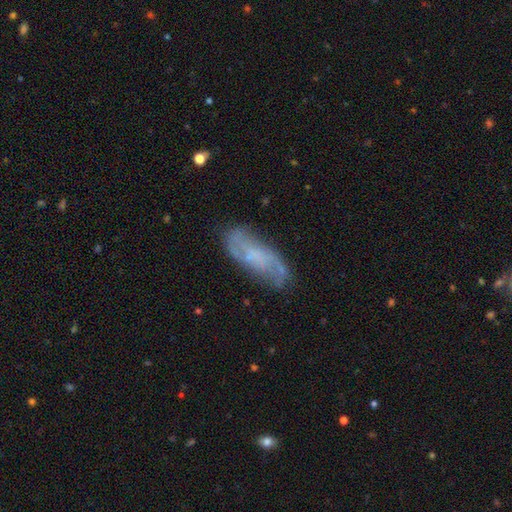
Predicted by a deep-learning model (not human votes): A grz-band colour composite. It shows a featured or disk galaxy (67%) with no bar (58%), 2 (59%) medium (43%) spiral arms (88%) and no central bulge (43%). Merging: none (74%).